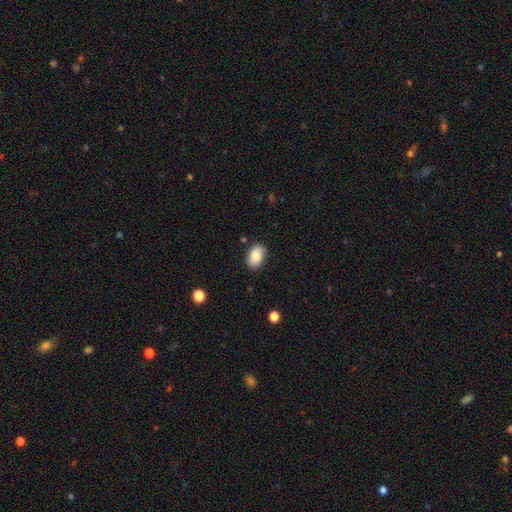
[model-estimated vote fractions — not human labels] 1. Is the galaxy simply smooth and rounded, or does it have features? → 84% smooth, 8% featured or disk, 7% star or artifact.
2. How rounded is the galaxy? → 90% in between, 9% round, 1% cigar-shaped.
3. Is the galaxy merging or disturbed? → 83% none, 12% minor disturbance, 3% major disturbance, 2% merger.